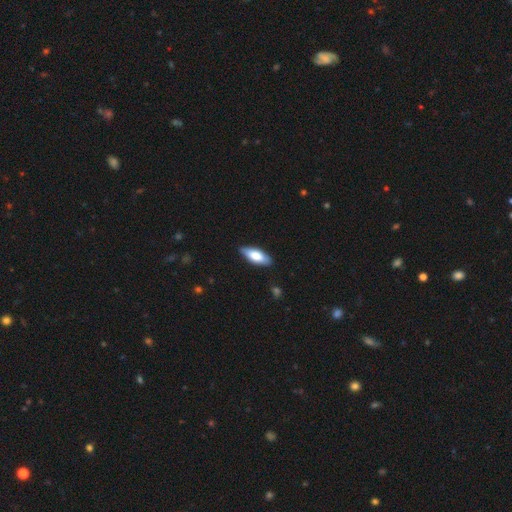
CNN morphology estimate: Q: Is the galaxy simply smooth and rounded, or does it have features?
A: smooth — 71%.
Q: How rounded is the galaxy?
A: in between — 77%.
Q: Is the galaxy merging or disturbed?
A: none — 83%.